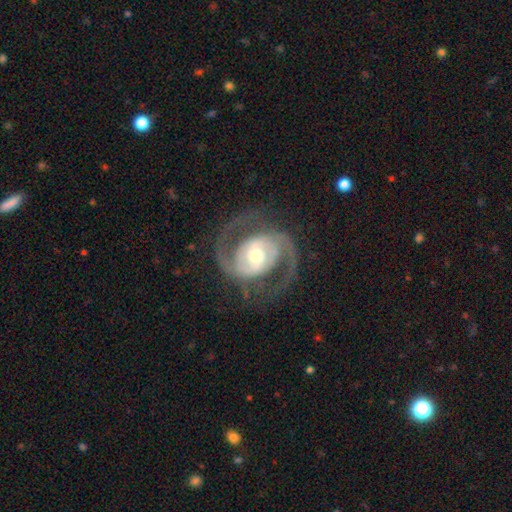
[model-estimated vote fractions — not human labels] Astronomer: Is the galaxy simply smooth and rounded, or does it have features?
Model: featured or disk — 91%.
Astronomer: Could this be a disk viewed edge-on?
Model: no — 98%.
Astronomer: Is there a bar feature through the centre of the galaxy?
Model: no — 44% (runner-up: weak, 35%).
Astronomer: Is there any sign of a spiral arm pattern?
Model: yes — 97%.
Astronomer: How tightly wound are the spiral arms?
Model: medium — 58%.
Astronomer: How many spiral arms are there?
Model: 2 — 92%.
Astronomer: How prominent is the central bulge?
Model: moderate — 61%.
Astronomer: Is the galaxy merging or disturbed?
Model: none — 78%.